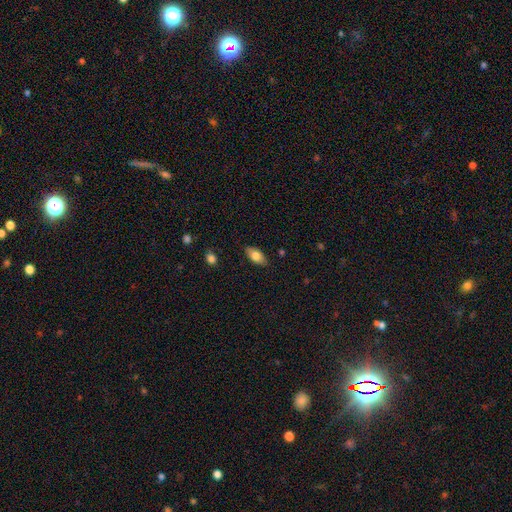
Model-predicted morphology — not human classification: The model was most divided on "smooth or featured": smooth: 77%, featured or disk: 16%, star or artifact: 7%. More confident: how rounded — in between (90%); merging — none (86%).